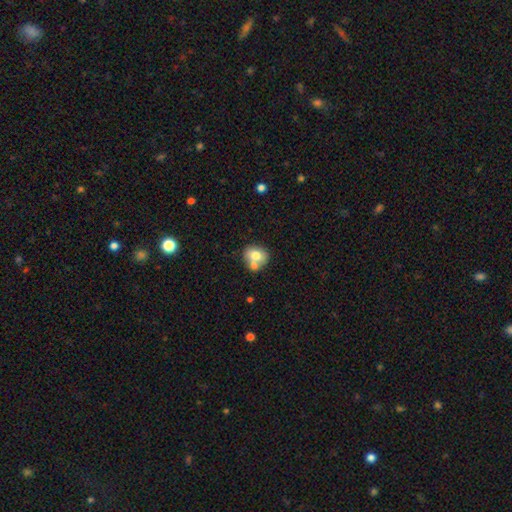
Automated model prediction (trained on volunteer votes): This appears to be a smooth galaxy with no disk features (71%) that is round (58%). Merging: merger (40%, tied with none).